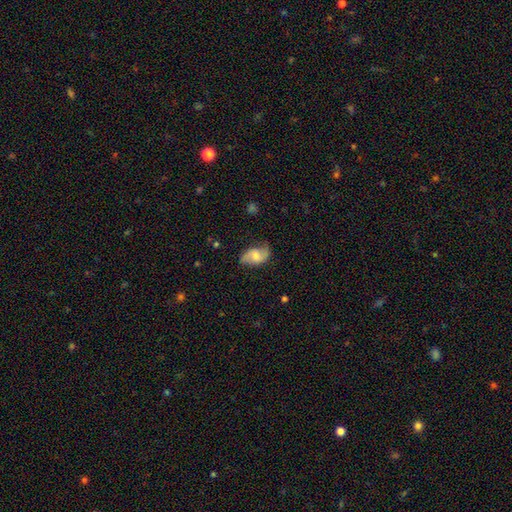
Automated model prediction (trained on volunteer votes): Overall: featured or disk (54%; smooth 39%). Edge-on disk: no (96%). Bar: no (56%; weak 36%). Spiral arms: yes (87%). Bulge size: moderate (55%; small 32%). Merging: none (68%).